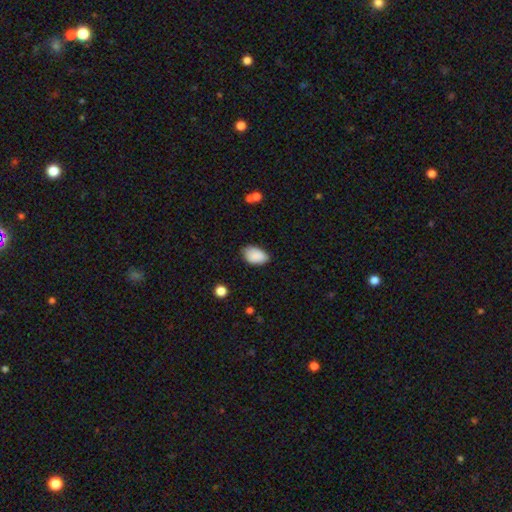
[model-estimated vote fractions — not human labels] Overall: smooth (89%). How rounded: in between (91%). Merging: none (74%).